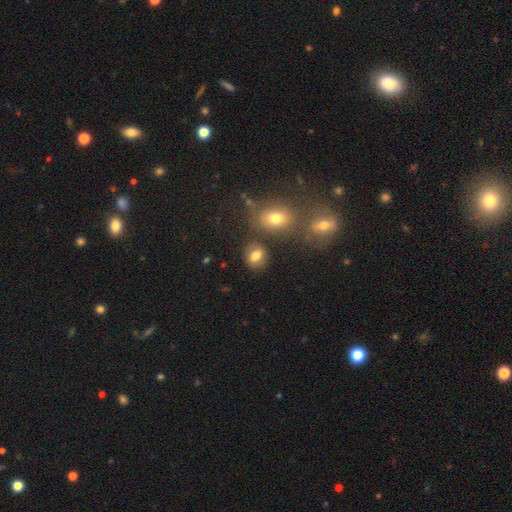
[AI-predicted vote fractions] A smooth galaxy with no disk features (77%) that is round (54%). Merging: none (75%).